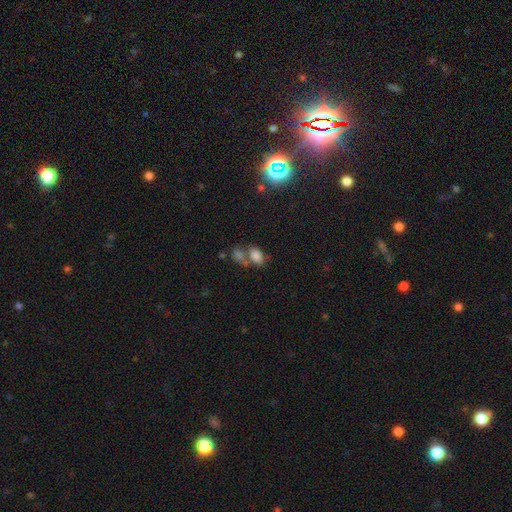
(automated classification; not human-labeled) Overall: smooth (79%). How rounded: in between (88%). Merging: merger (45%; none 36%).